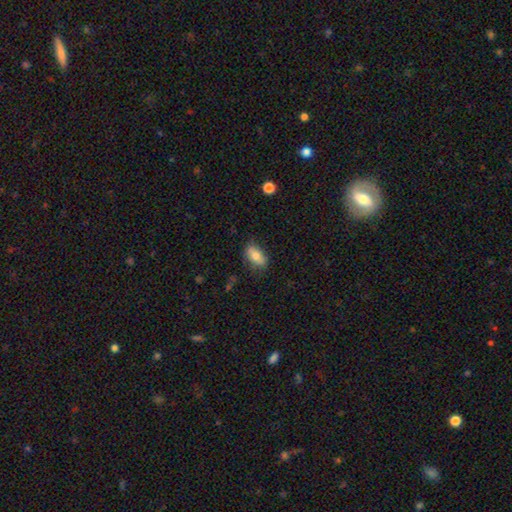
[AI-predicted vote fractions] smooth-or-featured: smooth: 76% | featured or disk: 16% | star or artifact: 7%
  how-rounded: in between: 88% | cigar-shaped: 6% | round: 6%
  merging: none: 76% | minor disturbance: 19% | major disturbance: 4% | merger: 1%